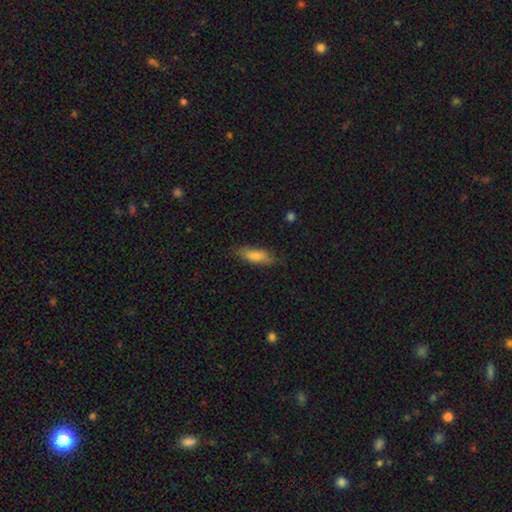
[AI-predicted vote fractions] A smooth galaxy with no disk features (81%) that is in between round and cigar-shaped (59%).

Vote fractions:
- Smooth or featured? smooth: 81% / featured or disk: 13% / star or artifact: 6%
- How rounded? in between: 59% / cigar-shaped: 39% / round: 2%
- Merging? none: 77% / minor disturbance: 18% / major disturbance: 4% / merger: 1%